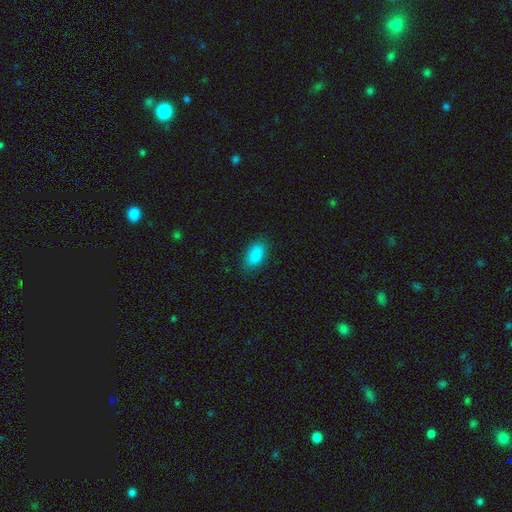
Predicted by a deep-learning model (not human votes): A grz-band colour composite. It shows a smooth galaxy with no disk features (87%) that is in between round and cigar-shaped (90%). Merging: none (82%).